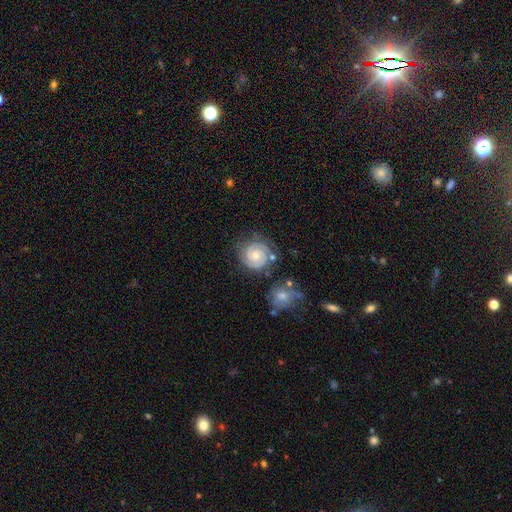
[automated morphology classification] featured or disk 83%, smooth 11%, star or artifact 6%. Down the decision tree: edge-on disk — no (98%); bar — no (71%); spiral arms — yes (97%); spiral arm count — 2 (76%); spiral winding — tight (78%); bulge size — small (48%); merging — none (73%).